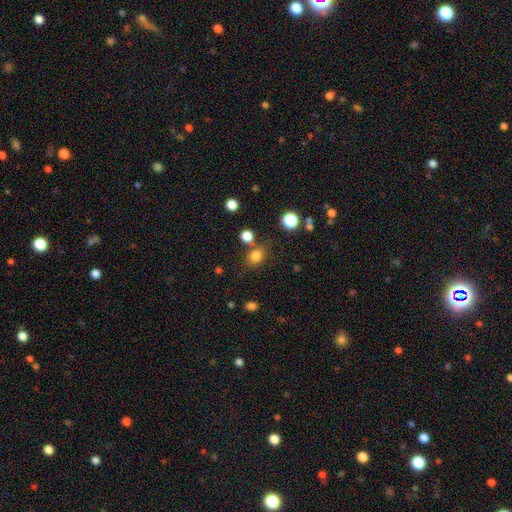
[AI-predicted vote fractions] Smooth or featured? Predicted: smooth (p=0.79). How rounded? Predicted: round (p=0.52). Merging? Predicted: none (p=0.69).